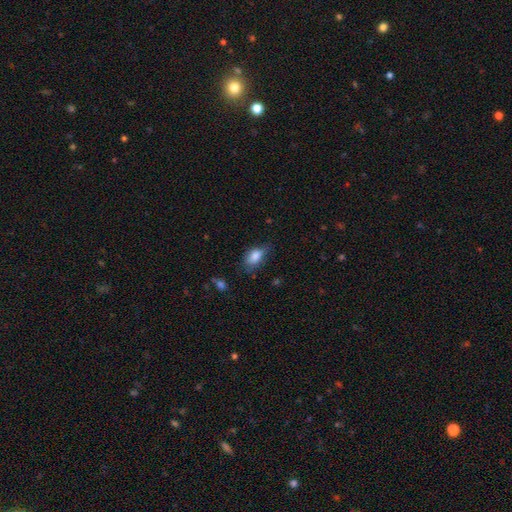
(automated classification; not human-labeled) smooth_or_featured: smooth (p=0.82) [alt: featured or disk p=0.10]
how_rounded: in between (p=0.88) [alt: round p=0.08]
merging: none (p=0.54) [alt: minor disturbance p=0.33]